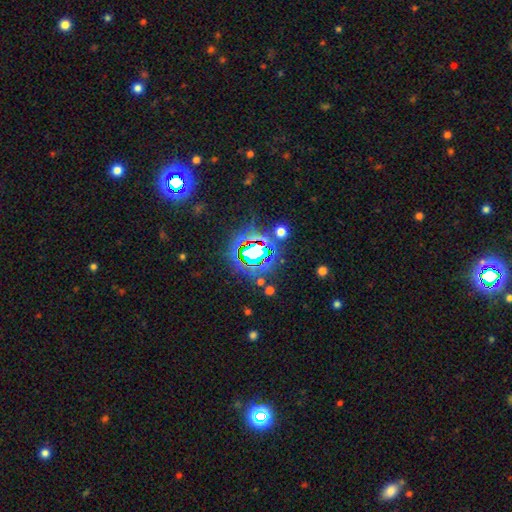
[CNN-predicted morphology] A star or artifact, not a galaxy (73%).

Vote fractions:
- Smooth or featured? star or artifact: 73% / smooth: 17% / featured or disk: 10%